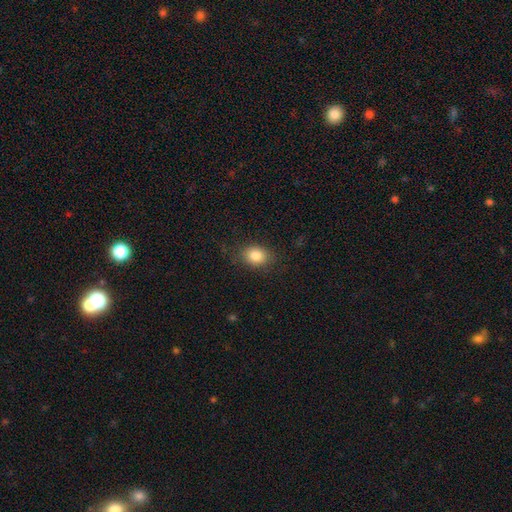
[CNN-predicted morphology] Smooth or featured?
  - smooth: 84% *
  - star or artifact: 9%
  - featured or disk: 7%
How rounded?
  - in between: 64% *
  - round: 35%
  - cigar-shaped: 1%
Merging?
  - none: 83% *
  - minor disturbance: 12%
  - major disturbance: 4%
  - merger: 1%